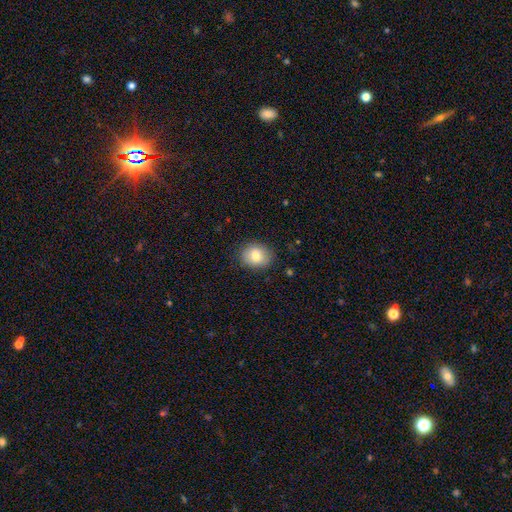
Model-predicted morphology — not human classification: Smooth or featured? smooth (80%)
How rounded? round (52%)
Merging? none (84%)